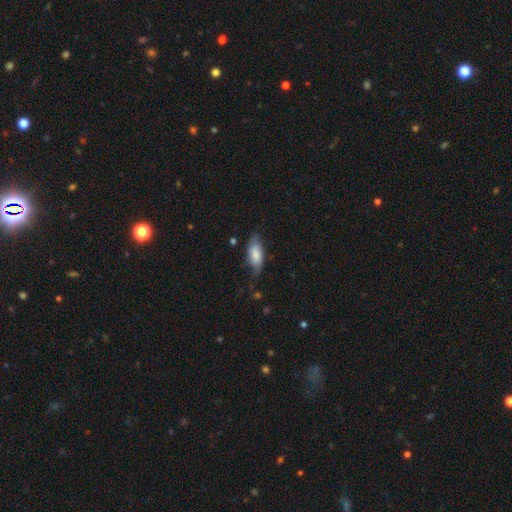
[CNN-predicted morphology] Smooth or featured? smooth (70%)
How rounded? in between (84%)
Merging? none (51%)